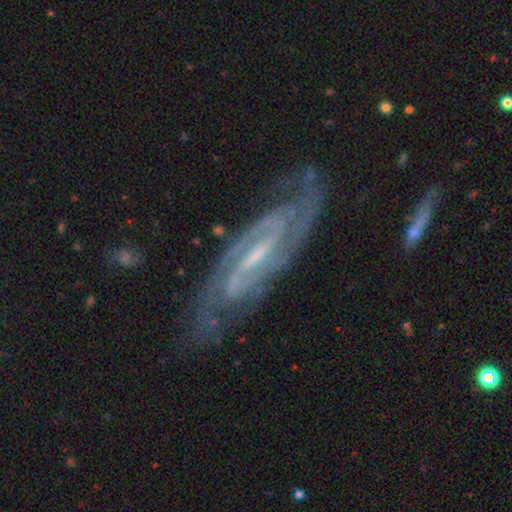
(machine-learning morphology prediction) This appears to be a featured or disk galaxy (91%) with a strong bar (45%), 2 (80%) tight (48%) spiral arms (98%) and a small central bulge (65%). Merging: none (77%).